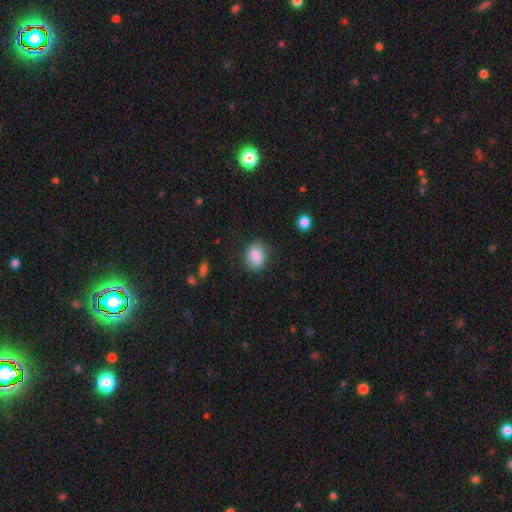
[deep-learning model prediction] Q: Smooth or featured?
A: smooth (85%); runner-up: star or artifact (8%)
Q: How rounded?
A: in between (65%); runner-up: round (34%)
Q: Merging?
A: none (76%); runner-up: minor disturbance (17%)